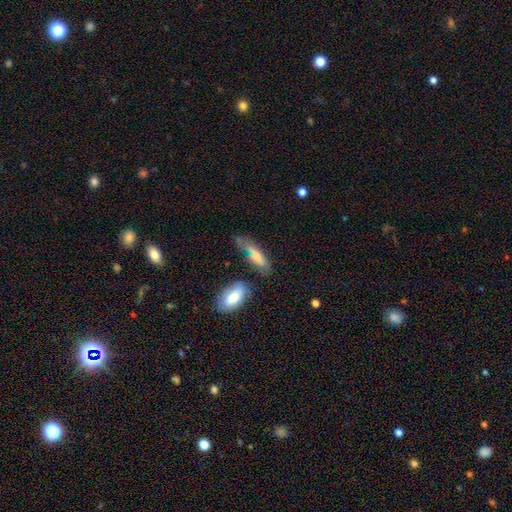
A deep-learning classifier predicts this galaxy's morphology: Overall: smooth (60%; featured or disk 32%). How rounded: cigar-shaped (54%; in between 44%). Merging: none (52%; minor disturbance 26%).